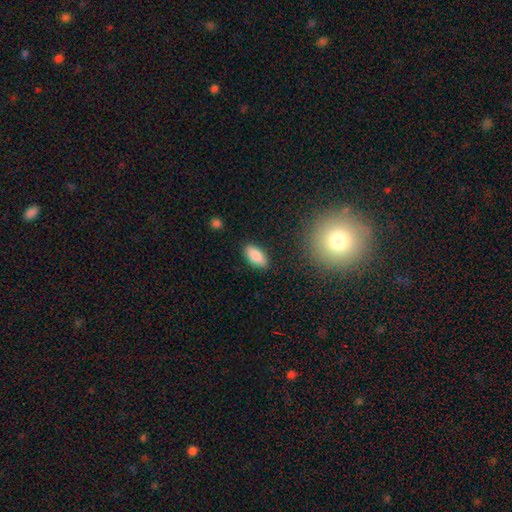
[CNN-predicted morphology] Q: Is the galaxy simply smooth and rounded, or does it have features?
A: smooth — 86%.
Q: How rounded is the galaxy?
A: in between — 90%.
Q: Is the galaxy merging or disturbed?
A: none — 86%.